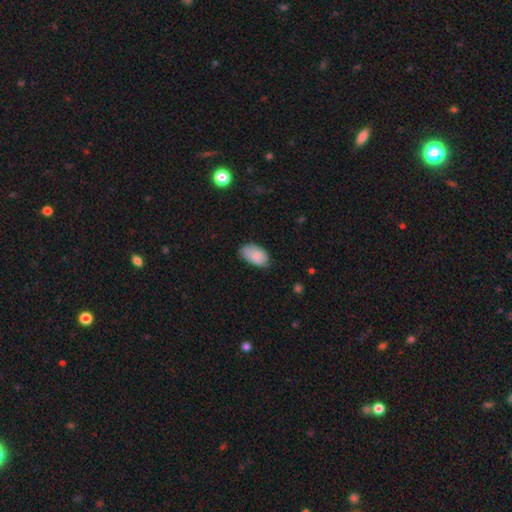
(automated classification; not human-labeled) A smooth galaxy with no disk features (79%) that is in between round and cigar-shaped (94%). Merging: none (63%).